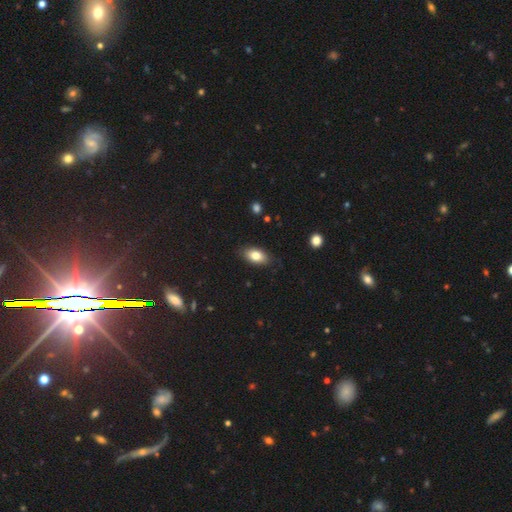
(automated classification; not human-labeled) smooth-or-featured: smooth: 81% | featured or disk: 12% | star or artifact: 7%
  how-rounded: in between: 90% | round: 6% | cigar-shaped: 4%
  merging: none: 83% | minor disturbance: 13% | major disturbance: 3% | merger: 1%